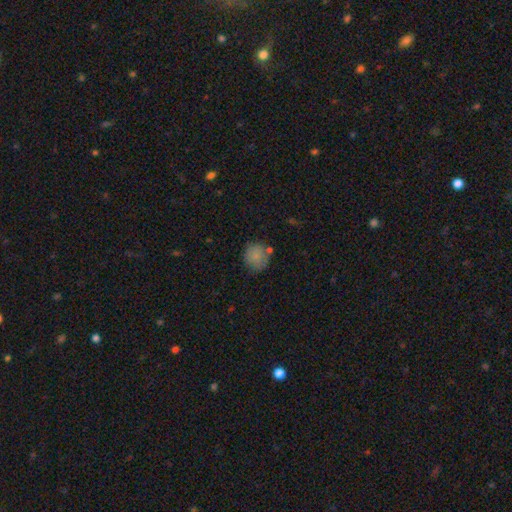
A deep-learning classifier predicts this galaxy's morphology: This appears to be a smooth galaxy with no disk features (82%) that is round (87%). Merging: none (71%).